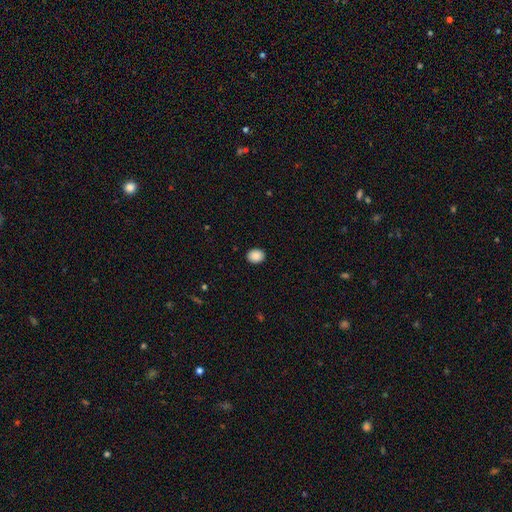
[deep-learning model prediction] smooth 89%, star or artifact 8%, featured or disk 3%. Down the decision tree: how rounded — round (51%); merging — none (91%).